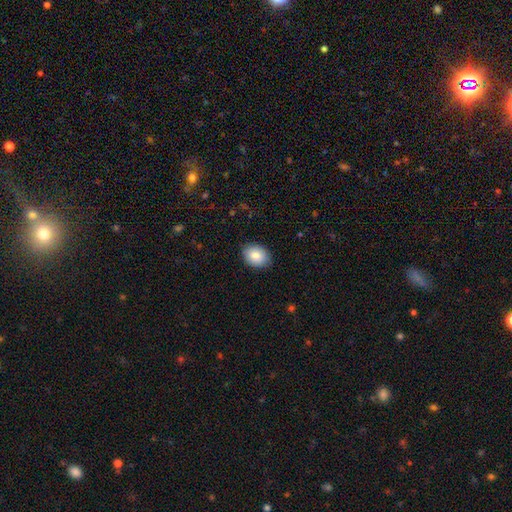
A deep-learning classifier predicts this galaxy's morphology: Q: Smooth or featured?
A: smooth (87%); runner-up: star or artifact (7%)
Q: How rounded?
A: in between (66%); runner-up: round (33%)
Q: Merging?
A: none (85%); runner-up: minor disturbance (12%)